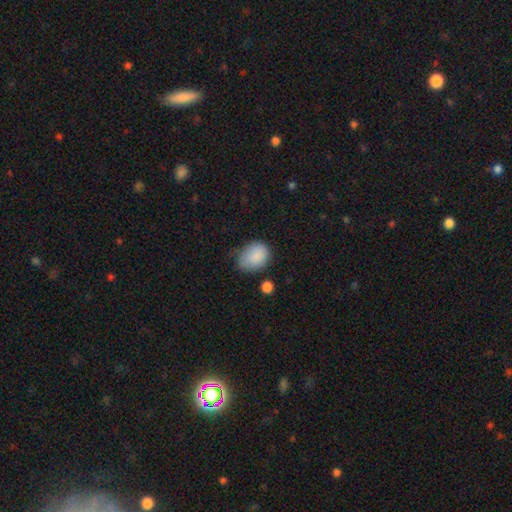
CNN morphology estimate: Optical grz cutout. It shows a smooth galaxy with no disk features (86%) that is in between round and cigar-shaped (69%). Merging: none (52%).